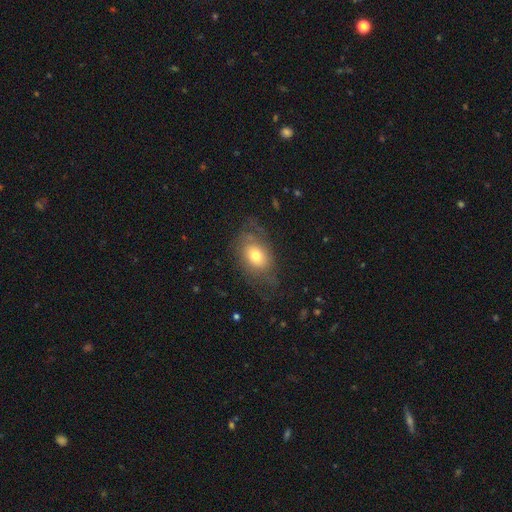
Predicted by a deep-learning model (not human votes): smooth-or-featured: smooth: 54% | featured or disk: 37% | star or artifact: 8%
  how-rounded: in between: 78% | round: 20% | cigar-shaped: 2%
  merging: none: 58% | minor disturbance: 23% | major disturbance: 17% | merger: 1%